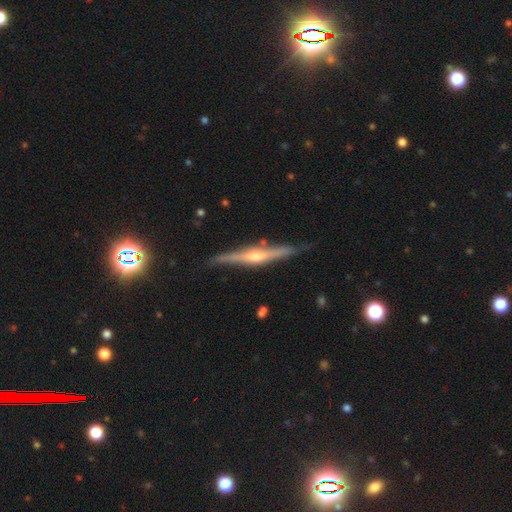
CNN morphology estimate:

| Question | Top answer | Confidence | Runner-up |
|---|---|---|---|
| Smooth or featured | featured or disk | 81% | smooth (14%) |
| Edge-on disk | yes | 98% | no (2%) |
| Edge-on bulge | rounded | 83% | boxy (10%) |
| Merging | none | 85% | minor disturbance (11%) |